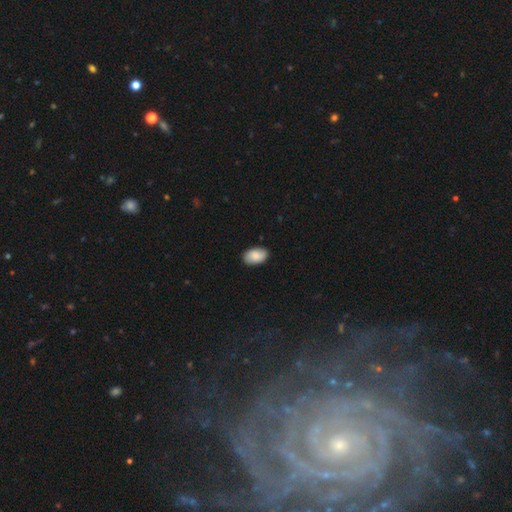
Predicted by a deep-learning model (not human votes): Smooth or featured? Predicted: smooth (p=0.85). How rounded? Predicted: in between (p=0.92). Merging? Predicted: none (p=0.88).